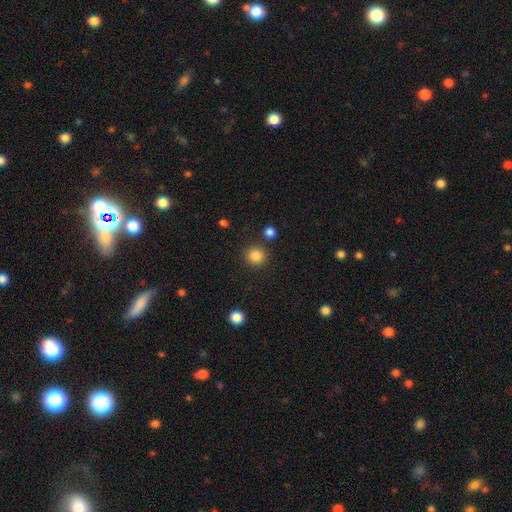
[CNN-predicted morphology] Overall: smooth (86%). How rounded: round (92%). Merging: none (87%).